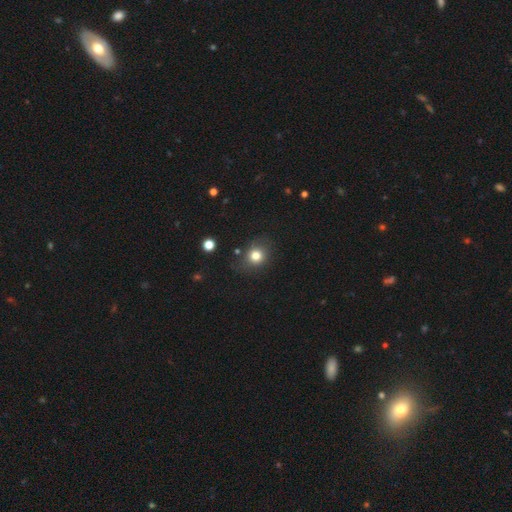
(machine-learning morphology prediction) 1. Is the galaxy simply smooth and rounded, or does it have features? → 79% smooth, 13% star or artifact, 8% featured or disk.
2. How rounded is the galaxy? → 76% round, 23% in between, 1% cigar-shaped.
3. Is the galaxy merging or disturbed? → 75% none, 16% minor disturbance, 5% major disturbance, 3% merger.